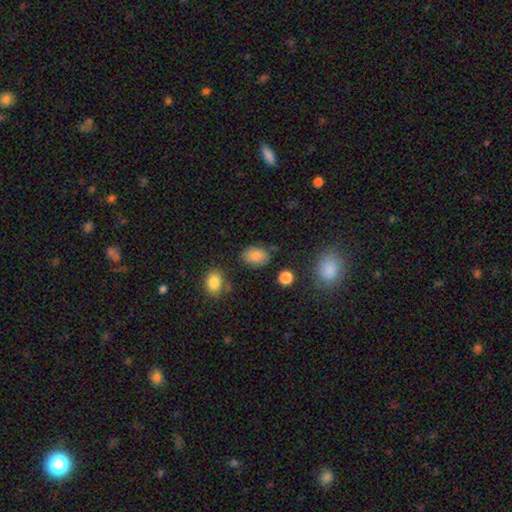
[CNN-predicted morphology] Smooth or featured? smooth (84%)
How rounded? in between (82%)
Merging? none (75%)